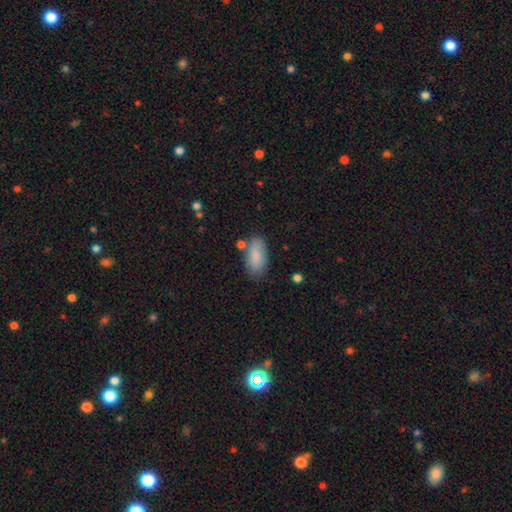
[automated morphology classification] Q: Smooth or featured?
A: smooth (86%); runner-up: featured or disk (8%)
Q: How rounded?
A: in between (91%); runner-up: cigar-shaped (7%)
Q: Merging?
A: none (73%); runner-up: minor disturbance (17%)